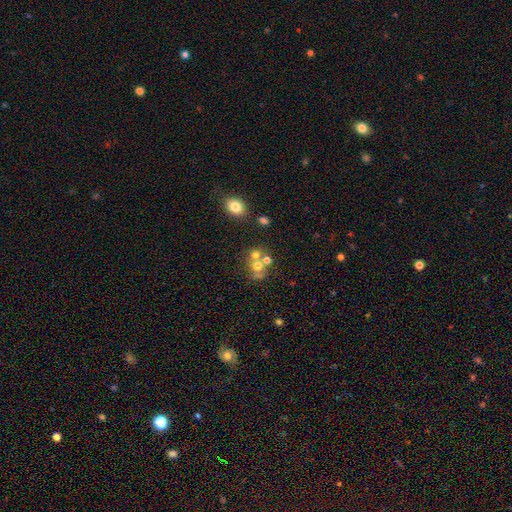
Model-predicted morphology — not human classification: This appears to be a smooth galaxy with no disk features (58%) that is round (73%). Merging: merger (44%).